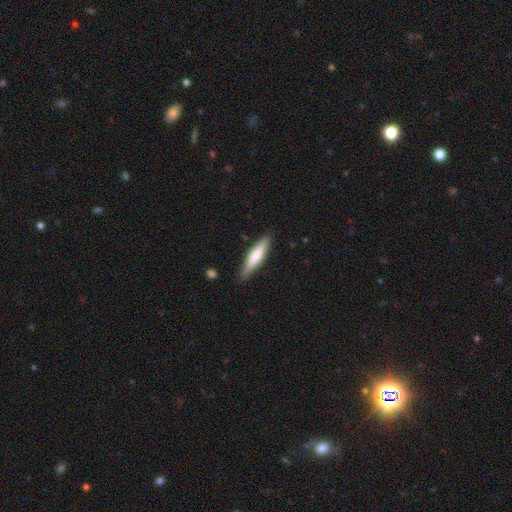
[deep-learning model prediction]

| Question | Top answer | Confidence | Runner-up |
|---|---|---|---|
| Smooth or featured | smooth | 67% | featured or disk (27%) |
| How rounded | cigar-shaped | 77% | in between (22%) |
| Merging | none | 87% | minor disturbance (10%) |